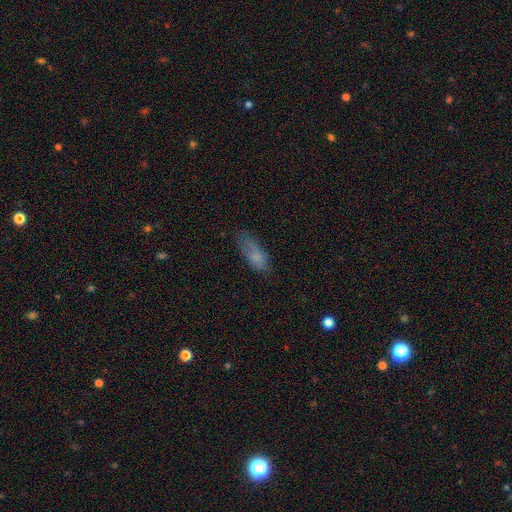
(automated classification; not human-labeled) Overall: smooth (74%). How rounded: in between (73%). Merging: none (50%; minor disturbance 31%).